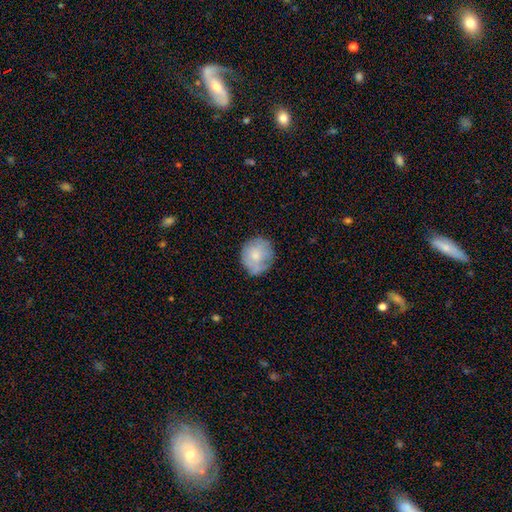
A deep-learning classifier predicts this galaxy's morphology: Smooth or featured? Predicted: smooth (p=0.68). How rounded? Predicted: round (p=0.81). Merging? Predicted: none (p=0.72).